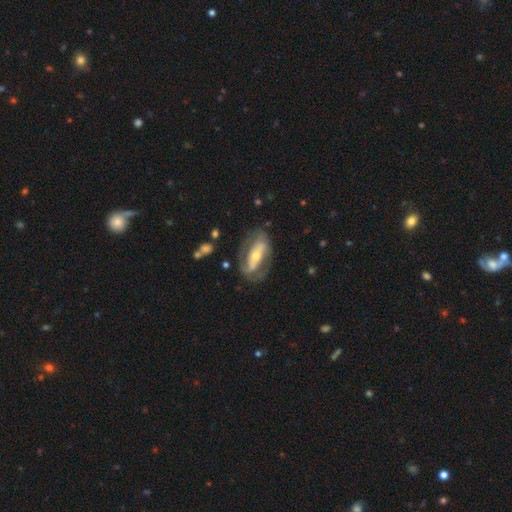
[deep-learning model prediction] Smooth or featured?
  - featured or disk: 76% *
  - smooth: 18%
  - star or artifact: 5%
Edge-on disk?
  - no: 88% *
  - yes: 12%
Bar?
  - strong: 57% *
  - no: 23%
  - weak: 20%
Spiral arms?
  - yes: 70% *
  - no: 30%
Bulge size?
  - moderate: 53% *
  - small: 40%
  - large: 5%
  - none: 1%
  - dominant: 1%
Merging?
  - none: 70% *
  - minor disturbance: 17%
  - major disturbance: 11%
  - merger: 2%